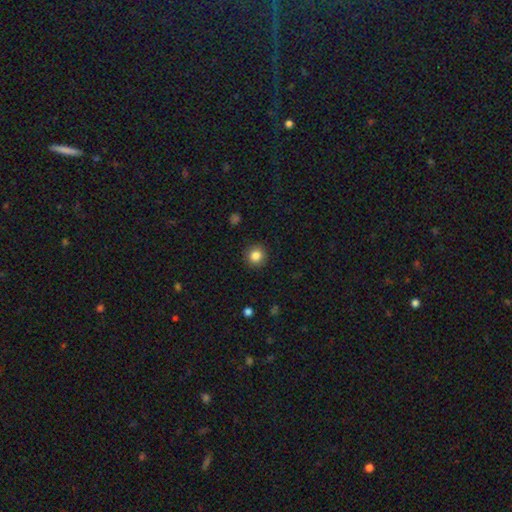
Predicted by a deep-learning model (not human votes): Overall: smooth (84%). How rounded: round (94%). Merging: none (91%).